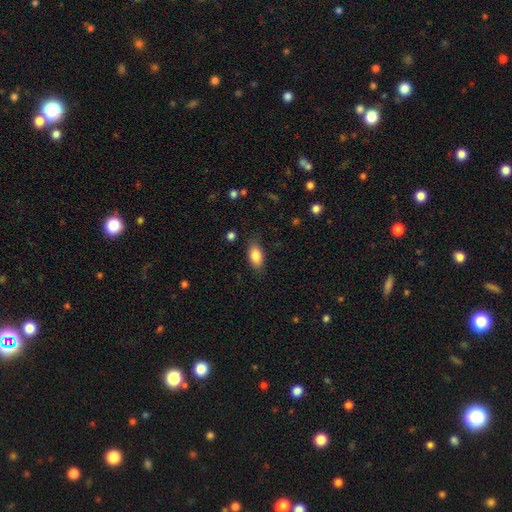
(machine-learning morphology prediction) A smooth galaxy with no disk features (85%) that is in between round and cigar-shaped (90%). Merging: none (80%).